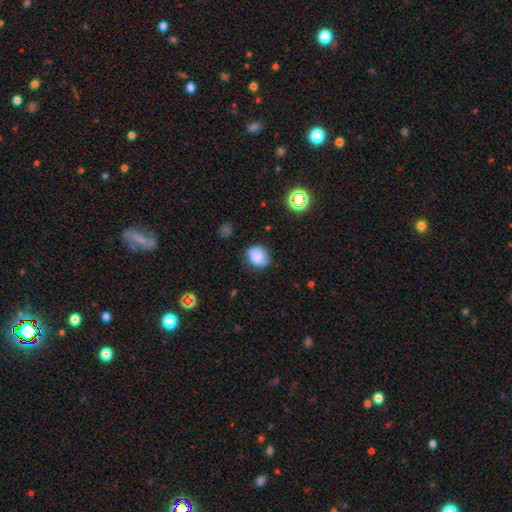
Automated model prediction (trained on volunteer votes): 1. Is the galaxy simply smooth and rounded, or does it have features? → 75% smooth, 14% featured or disk, 10% star or artifact.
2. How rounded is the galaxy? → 58% round, 41% in between, 1% cigar-shaped.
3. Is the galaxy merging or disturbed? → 67% none, 24% minor disturbance, 7% major disturbance, 2% merger.